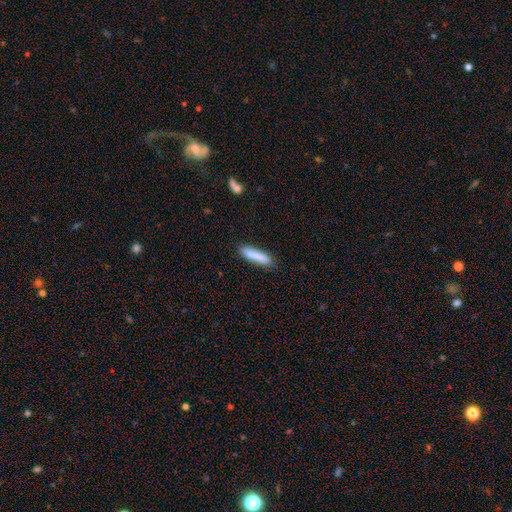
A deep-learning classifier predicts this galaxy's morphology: Smooth or featured? Predicted: smooth (p=0.85). How rounded? Predicted: cigar-shaped (p=0.84). Merging? Predicted: none (p=0.87).